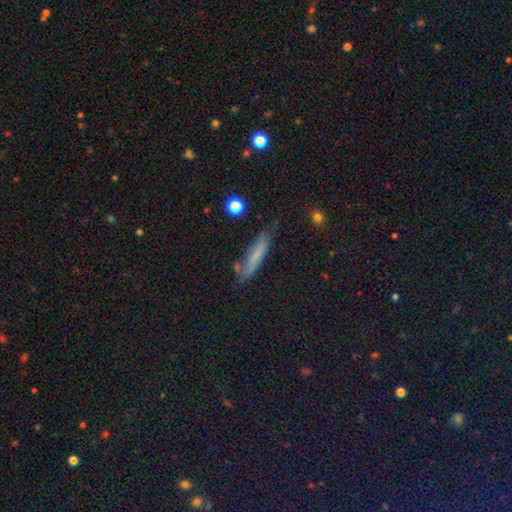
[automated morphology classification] The model was most divided on "smooth or featured": smooth: 60%, featured or disk: 29%, star or artifact: 11%. More confident: how rounded — cigar-shaped (83%); merging — none (68%).